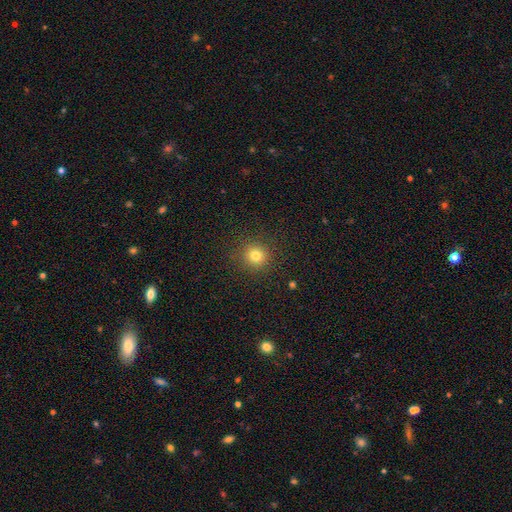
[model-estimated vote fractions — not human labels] smooth 79%, star or artifact 15%, featured or disk 6%. Down the decision tree: how rounded — round (93%); merging — none (90%).